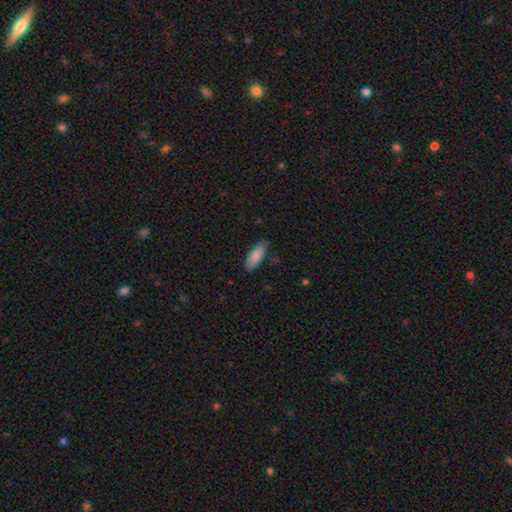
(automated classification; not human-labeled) A smooth galaxy with no disk features (87%) that is in between round and cigar-shaped (65%). Merging: none (83%).